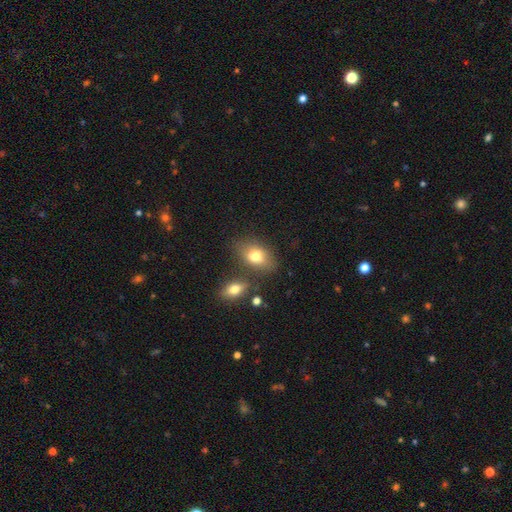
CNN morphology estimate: A smooth galaxy with no disk features (75%) that is in between round and cigar-shaped (82%).

Vote fractions:
- Smooth or featured? smooth: 75% / featured or disk: 15% / star or artifact: 10%
- How rounded? in between: 82% / round: 16% / cigar-shaped: 2%
- Merging? none: 68% / minor disturbance: 14% / merger: 13% / major disturbance: 5%